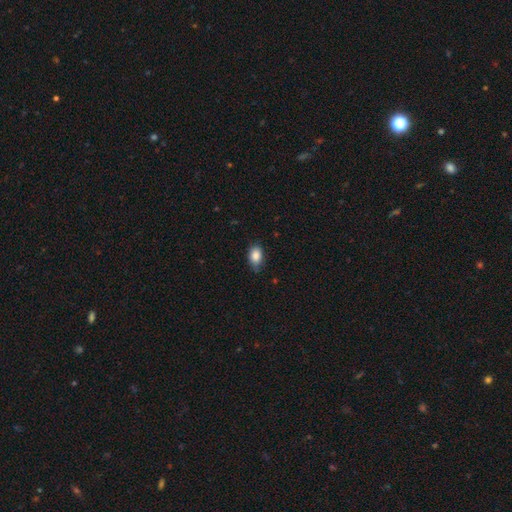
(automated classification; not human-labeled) Smooth or featured? Predicted: smooth (p=0.87). How rounded? Predicted: in between (p=0.84). Merging? Predicted: none (p=0.74).